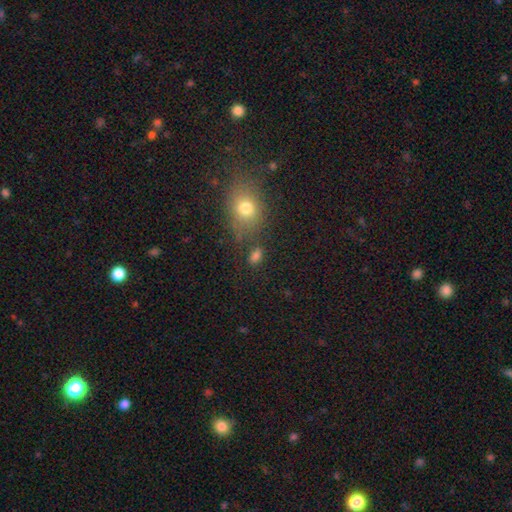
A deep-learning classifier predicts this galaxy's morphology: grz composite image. It shows a smooth galaxy with no disk features (76%) that is in between round and cigar-shaped (77%). Merging: none (69%).